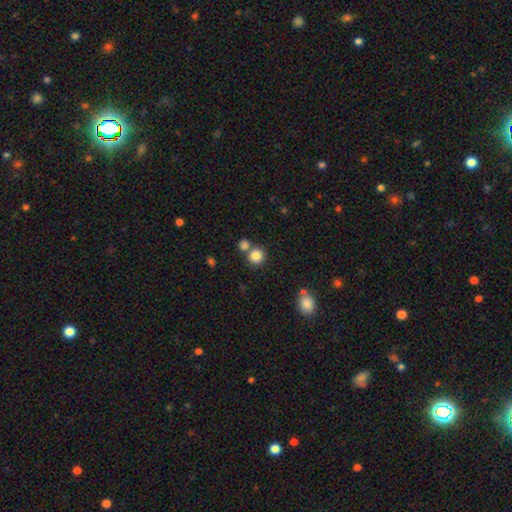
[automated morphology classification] The model was most divided on "merging": none: 67%, merger: 22%, minor disturbance: 8%, major disturbance: 3%. More confident: how rounded — round (88%); smooth or featured — smooth (84%).